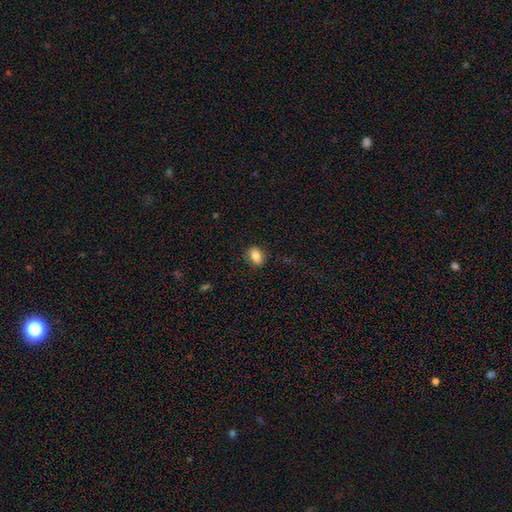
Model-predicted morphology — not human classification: smooth 82%, featured or disk 9%, star or artifact 9%. Down the decision tree: how rounded — in between (75%); merging — none (84%).